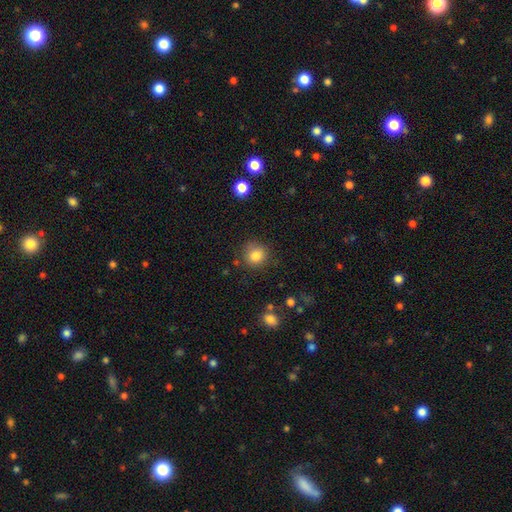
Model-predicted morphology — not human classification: smooth_or_featured: smooth (p=0.83) [alt: star or artifact p=0.11]
how_rounded: round (p=0.85) [alt: in between p=0.14]
merging: none (p=0.79) [alt: minor disturbance p=0.14]